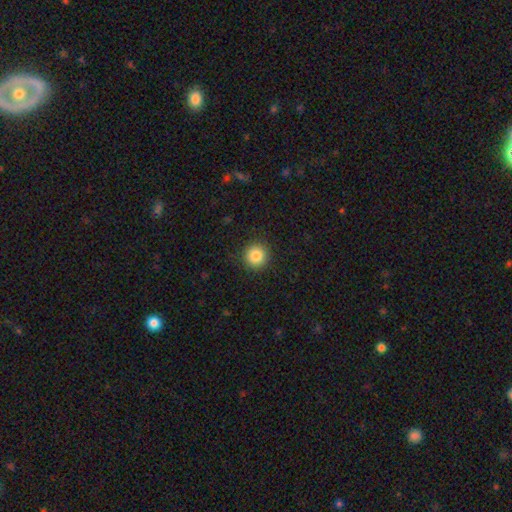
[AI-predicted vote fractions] Smooth or featured? Predicted: smooth (p=0.85). How rounded? Predicted: round (p=0.95). Merging? Predicted: none (p=0.91).